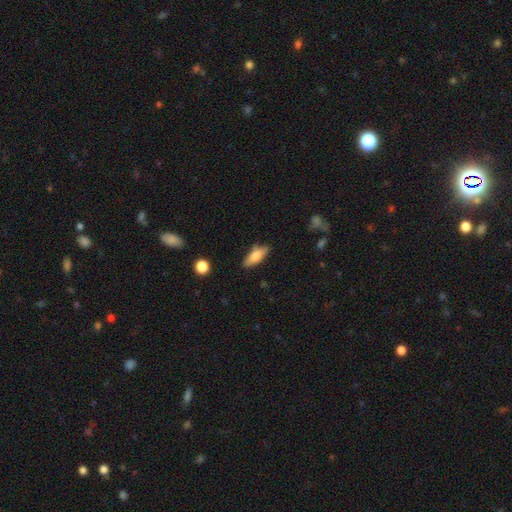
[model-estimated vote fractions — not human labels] A smooth galaxy with no disk features (75%) that is in between round and cigar-shaped (70%). Merging: none (80%).